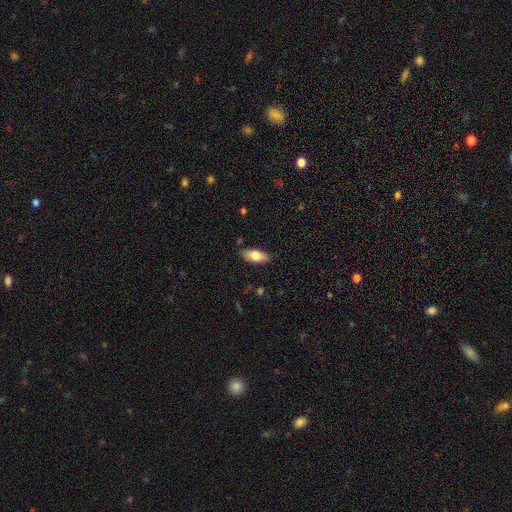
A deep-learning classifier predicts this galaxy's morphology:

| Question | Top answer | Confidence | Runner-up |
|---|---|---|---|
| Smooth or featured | smooth | 75% | featured or disk (18%) |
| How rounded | in between | 88% | cigar-shaped (10%) |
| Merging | none | 82% | minor disturbance (14%) |